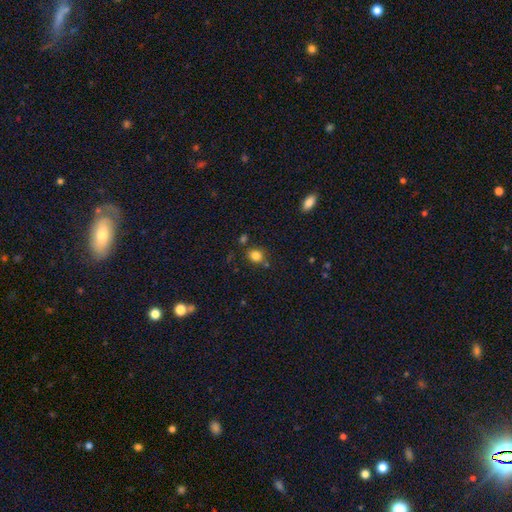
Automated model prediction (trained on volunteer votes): A smooth galaxy with no disk features (82%) that is round (65%). Merging: none (76%).